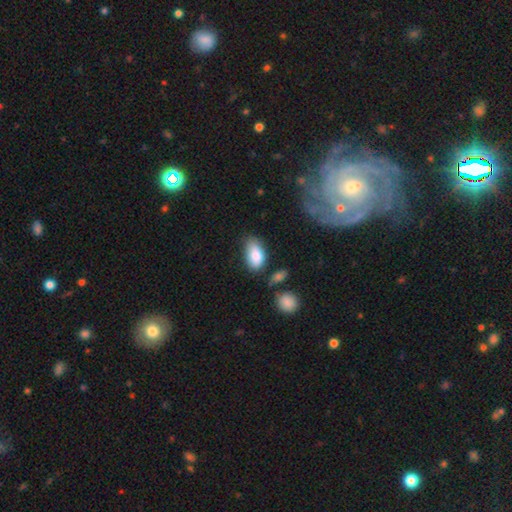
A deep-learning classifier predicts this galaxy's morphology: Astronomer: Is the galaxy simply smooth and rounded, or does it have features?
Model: smooth — 85%.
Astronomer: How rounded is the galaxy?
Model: in between — 94%.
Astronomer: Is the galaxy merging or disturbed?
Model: none — 63%.